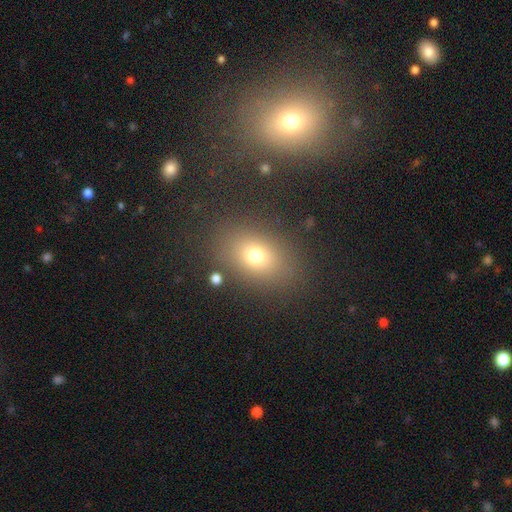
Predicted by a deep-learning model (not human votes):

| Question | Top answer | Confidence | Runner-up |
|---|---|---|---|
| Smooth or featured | smooth | 72% | star or artifact (16%) |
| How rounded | in between | 71% | round (27%) |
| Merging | none | 83% | minor disturbance (10%) |